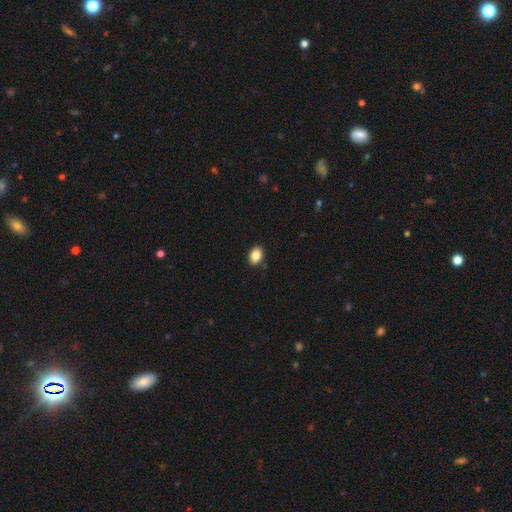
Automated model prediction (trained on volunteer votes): Overall: smooth (85%). How rounded: in between (75%). Merging: none (87%).